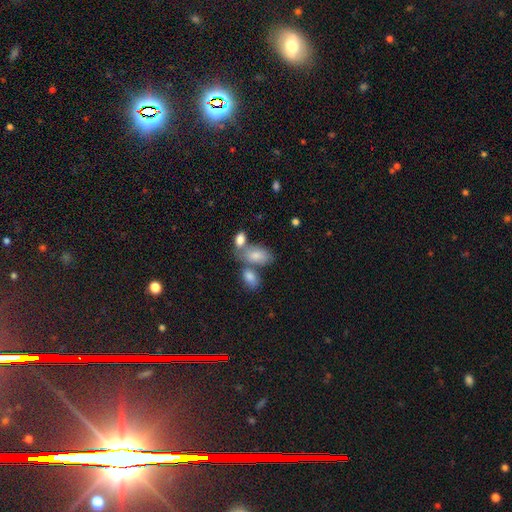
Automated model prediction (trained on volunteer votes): smooth 81%, featured or disk 12%, star or artifact 8%. Down the decision tree: how rounded — in between (92%); merging — none (40%, tied with merger).